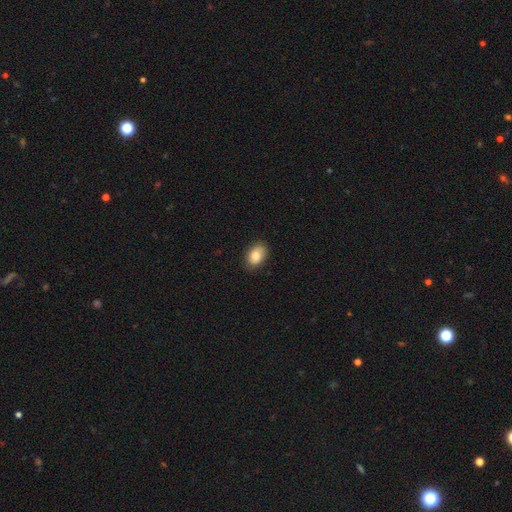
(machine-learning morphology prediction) This is clearly a smooth galaxy (81%). How rounded: clearly in between (85%). Merging: clearly none (83%).